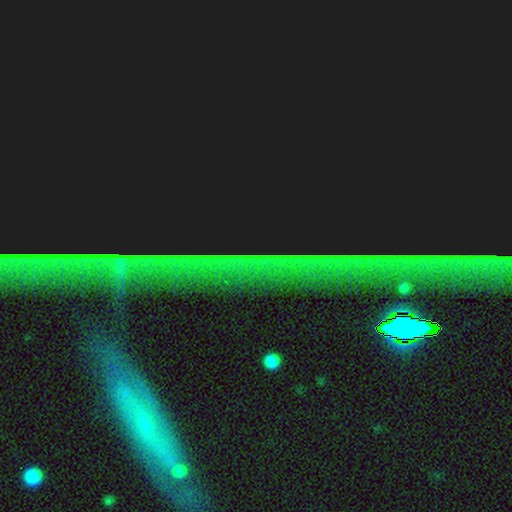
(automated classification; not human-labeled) Smooth or featured? Predicted: star or artifact (p=0.83).